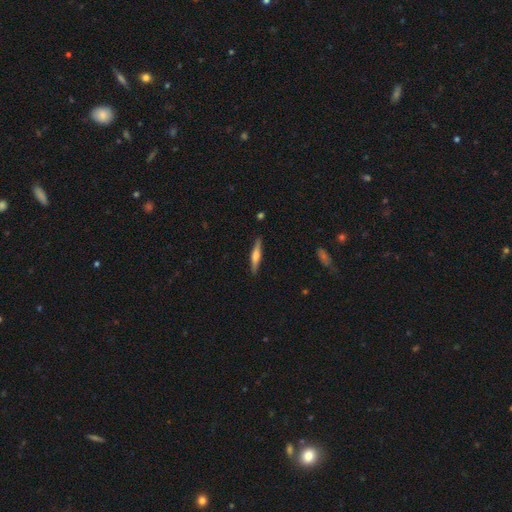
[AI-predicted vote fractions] featured or disk 56%, smooth 38%, star or artifact 6%. Down the decision tree: edge-on disk — yes (97%); edge-on bulge — rounded (80%); merging — none (89%).